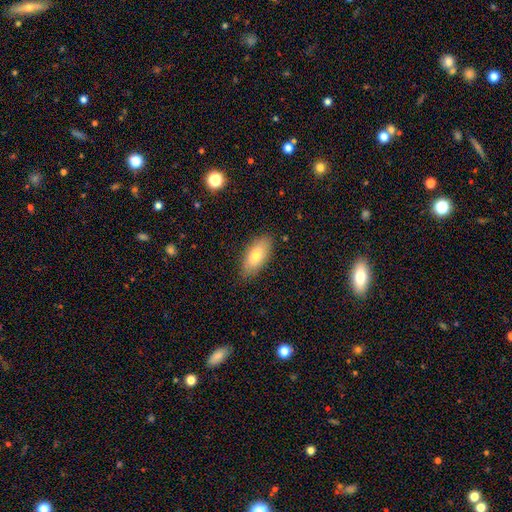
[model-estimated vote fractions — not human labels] Smooth or featured? smooth (74%)
How rounded? in between (83%)
Merging? none (85%)